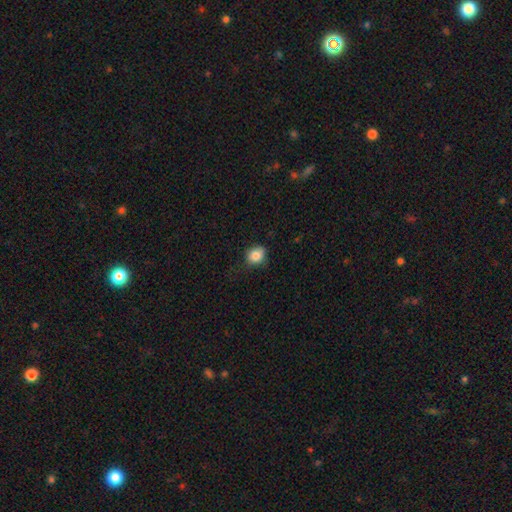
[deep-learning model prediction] smooth-or-featured: smooth: 84% | star or artifact: 10% | featured or disk: 6%
  how-rounded: round: 64% | in between: 35% | cigar-shaped: 1%
  merging: none: 75% | minor disturbance: 20% | major disturbance: 4% | merger: 1%